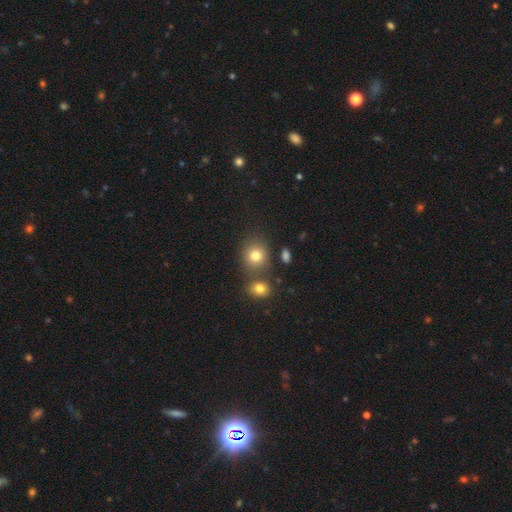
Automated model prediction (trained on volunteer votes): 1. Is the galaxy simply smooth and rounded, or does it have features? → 78% smooth, 13% star or artifact, 8% featured or disk.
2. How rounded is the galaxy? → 80% round, 19% in between, 1% cigar-shaped.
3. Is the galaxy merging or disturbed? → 70% none, 16% merger, 10% minor disturbance, 4% major disturbance.